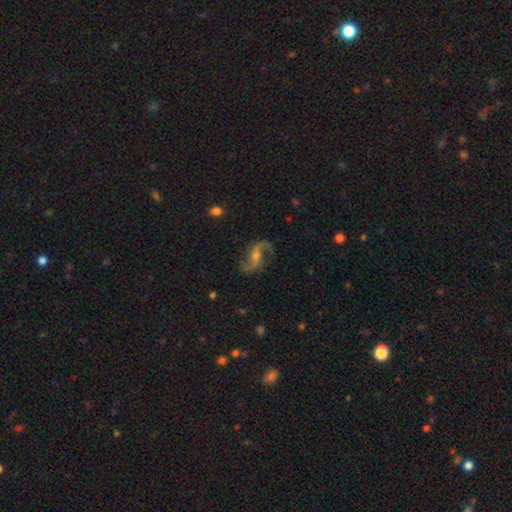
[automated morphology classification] This is clearly a featured or disk galaxy (89%). It is clearly not viewed edge-on (97%). Bar: marginally weak (41%, tied with no). Spiral arm pattern: clearly yes (97%). Spiral arm count: clearly 2 (93%). Spiral winding: likely loose (71%). Central bulge: possibly small (50%). Merging: likely none (78%).